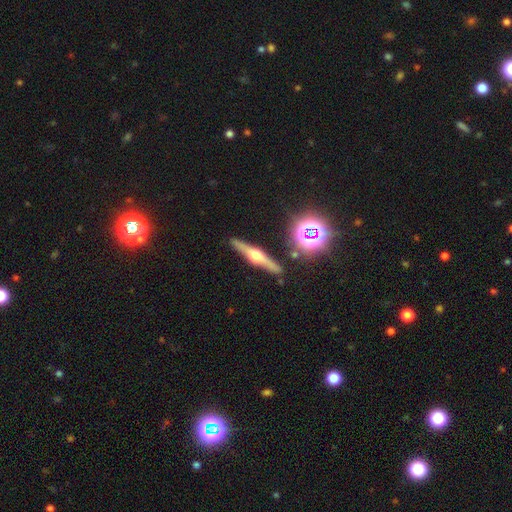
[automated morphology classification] type=featured or disk (74%); edge-on=yes (97%); edge-on bulge=rounded (95%); merging=none (89%).